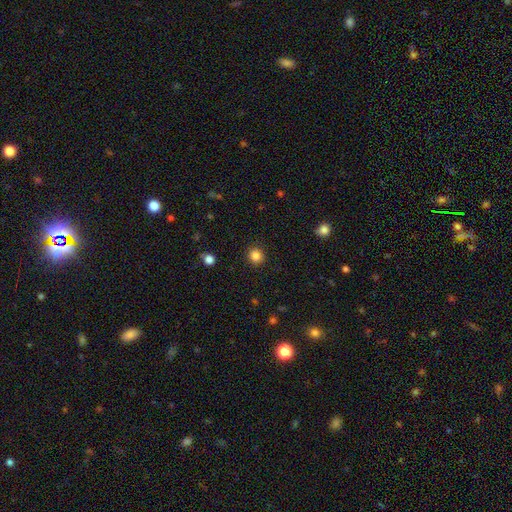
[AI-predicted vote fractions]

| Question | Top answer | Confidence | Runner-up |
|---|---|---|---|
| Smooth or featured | smooth | 84% | star or artifact (12%) |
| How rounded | round | 92% | in between (7%) |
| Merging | none | 91% | minor disturbance (6%) |